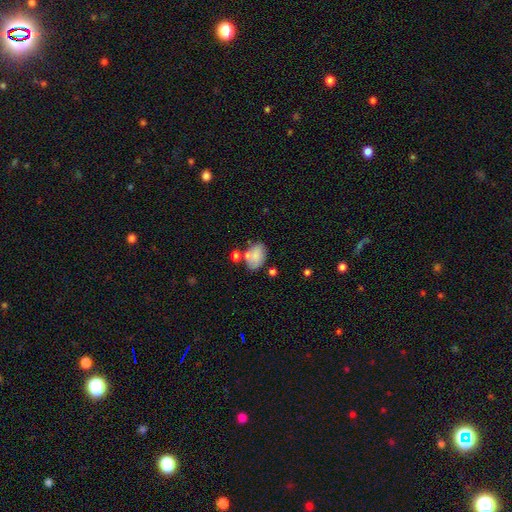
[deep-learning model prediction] Q: Smooth or featured?
A: smooth (78%); runner-up: featured or disk (14%)
Q: How rounded?
A: in between (85%); runner-up: round (13%)
Q: Merging?
A: none (59%); runner-up: minor disturbance (19%)